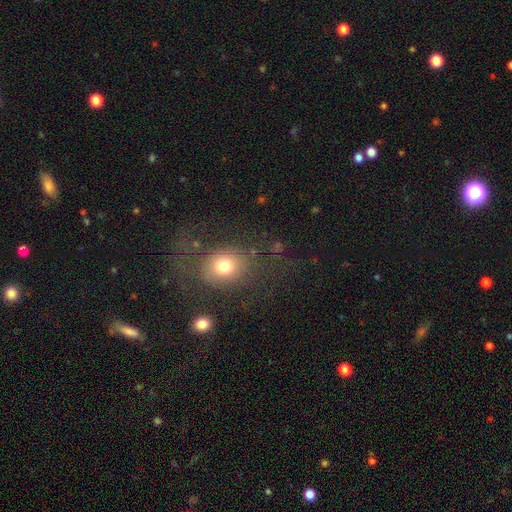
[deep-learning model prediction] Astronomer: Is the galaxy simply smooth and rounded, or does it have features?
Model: smooth — 60%.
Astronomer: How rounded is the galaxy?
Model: round — 66%.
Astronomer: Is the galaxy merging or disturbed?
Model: none — 67%.